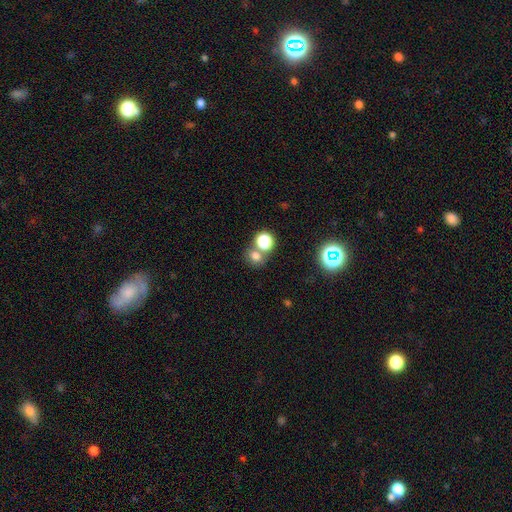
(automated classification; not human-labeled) Smooth or featured? Predicted: smooth (p=0.71). How rounded? Predicted: round (p=0.75). Merging? Predicted: none (p=0.55).